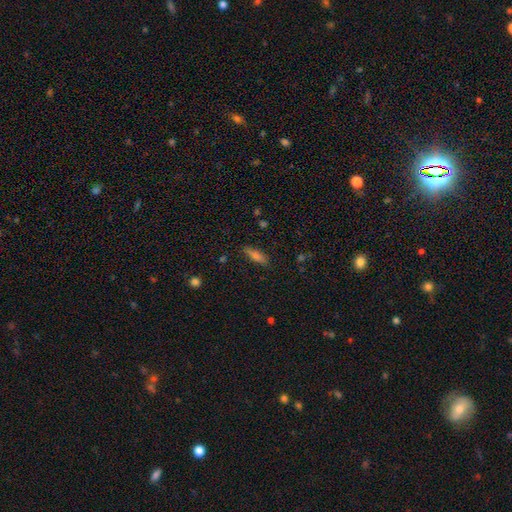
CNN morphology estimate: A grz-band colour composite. It shows a smooth galaxy with no disk features (64%) that is cigar-shaped (61%). Merging: none (85%).